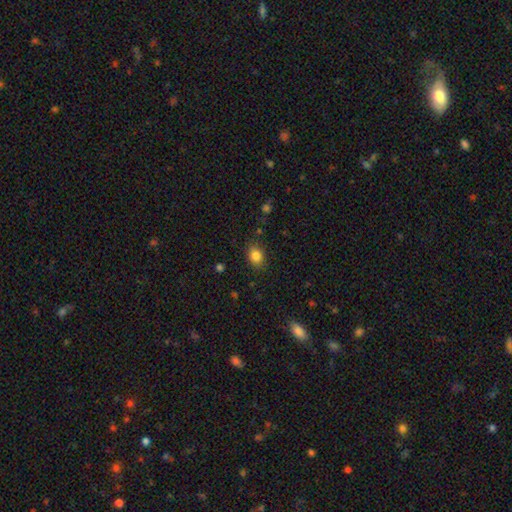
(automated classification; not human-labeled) This is clearly a smooth galaxy (84%). How rounded: possibly in between (59%). Merging: clearly none (83%).